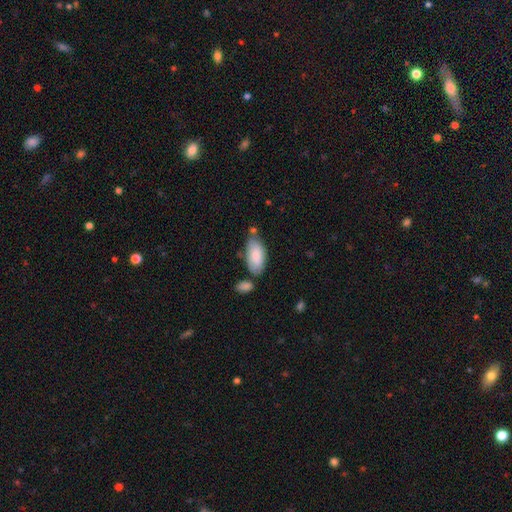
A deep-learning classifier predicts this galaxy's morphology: Smooth or featured?
  - smooth: 84% *
  - featured or disk: 11%
  - star or artifact: 5%
How rounded?
  - in between: 92% *
  - cigar-shaped: 6%
  - round: 2%
Merging?
  - none: 60% *
  - minor disturbance: 21%
  - merger: 14%
  - major disturbance: 5%